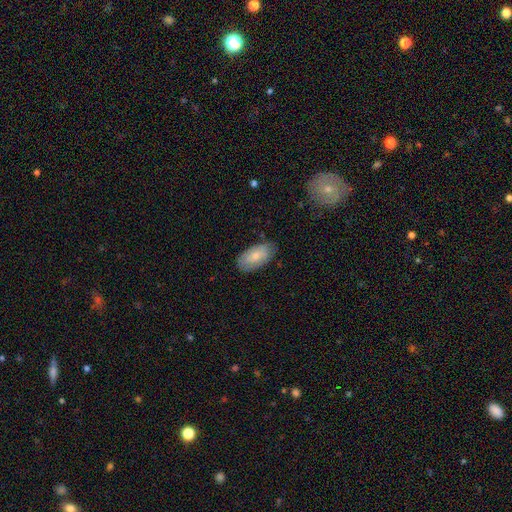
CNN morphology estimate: Smooth or featured? Predicted: smooth (p=0.72). How rounded? Predicted: in between (p=0.94). Merging? Predicted: none (p=0.77).